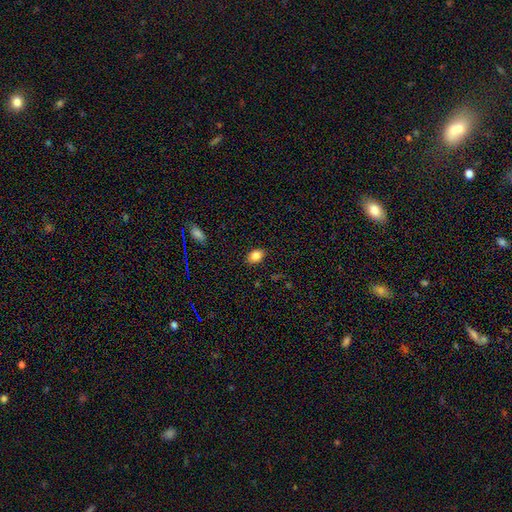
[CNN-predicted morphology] smooth-or-featured: smooth: 84% | star or artifact: 10% | featured or disk: 7%
  how-rounded: in between: 79% | round: 20% | cigar-shaped: 2%
  merging: none: 86% | minor disturbance: 10% | major disturbance: 2% | merger: 1%